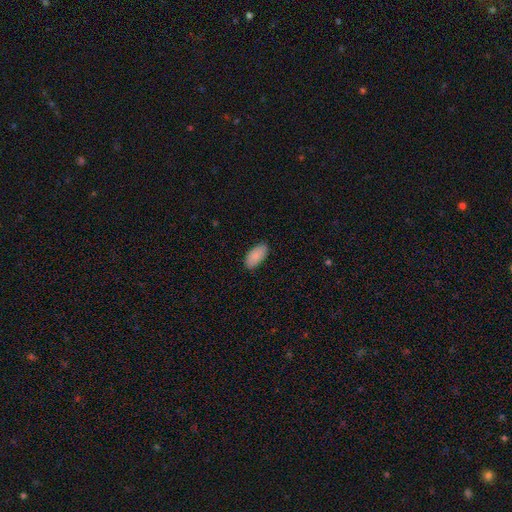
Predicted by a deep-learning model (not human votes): This appears to be a smooth galaxy with no disk features (88%) that is in between round and cigar-shaped (93%). Merging: none (87%).